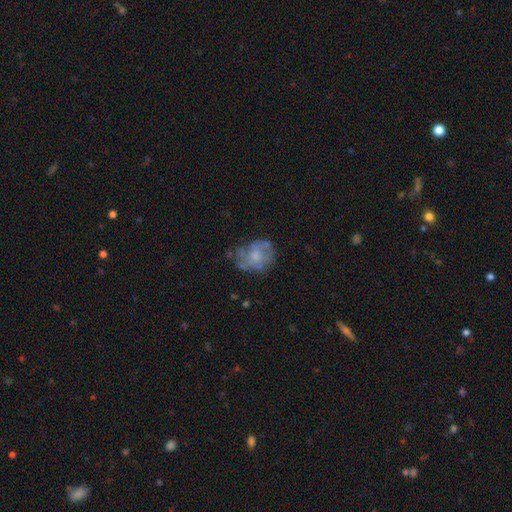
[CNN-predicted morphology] This appears to be a featured or disk galaxy (48%). Merging: none (54%).